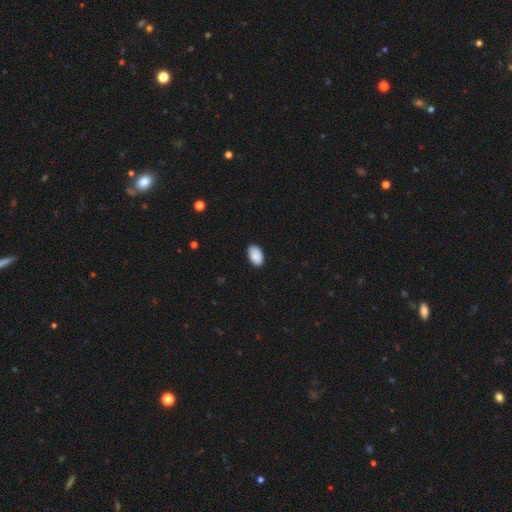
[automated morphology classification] This appears to be a smooth galaxy with no disk features (86%) that is in between round and cigar-shaped (94%). Merging: none (85%).